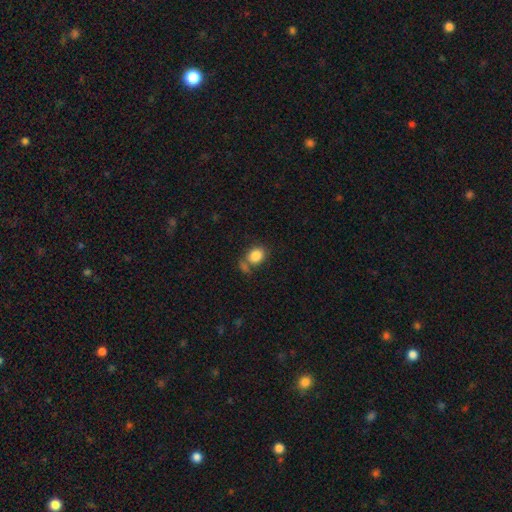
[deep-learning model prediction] smooth_or_featured: smooth (p=0.85) [alt: star or artifact p=0.09]
how_rounded: in between (p=0.53) [alt: round p=0.46]
merging: none (p=0.59) [alt: merger p=0.19]